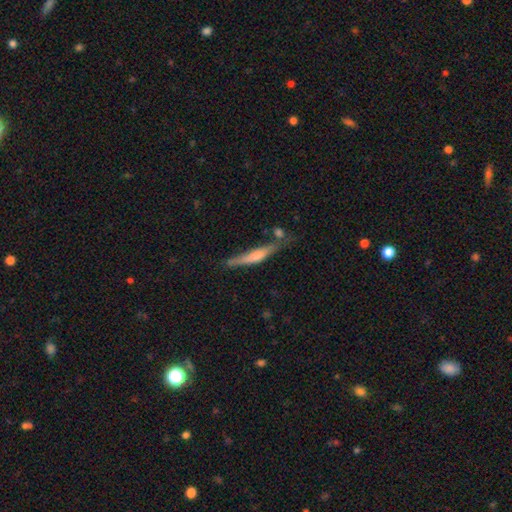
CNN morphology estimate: Smooth or featured: featured or disk — 53% (smooth — 41%)
Edge-on disk: yes — 94% (no — 6%)
Merging: none — 66% (minor disturbance — 19%)